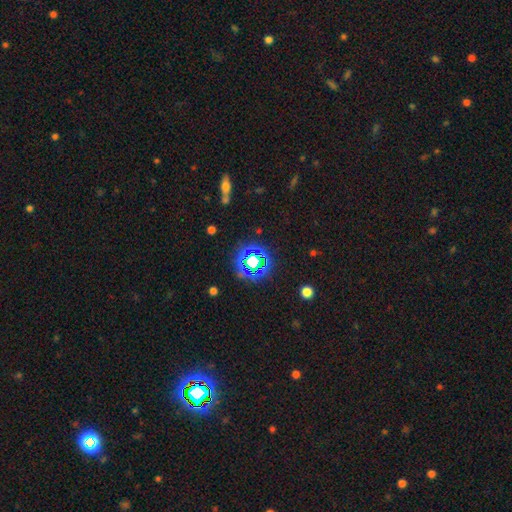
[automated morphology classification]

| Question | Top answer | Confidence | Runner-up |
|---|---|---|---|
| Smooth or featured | star or artifact | 66% | smooth (23%) |